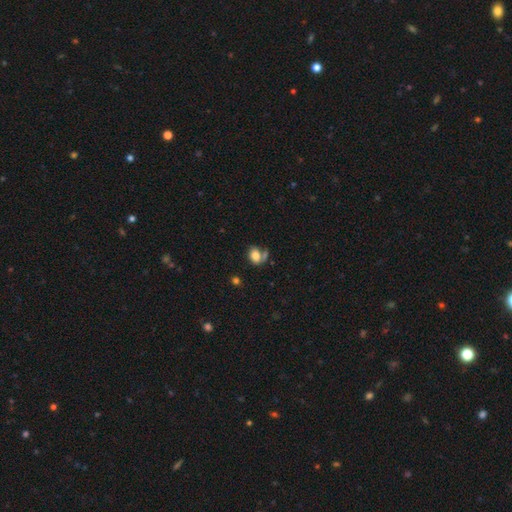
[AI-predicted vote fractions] This appears to be a smooth galaxy with no disk features (79%) that is in between round and cigar-shaped (76%). Merging: none (45%).